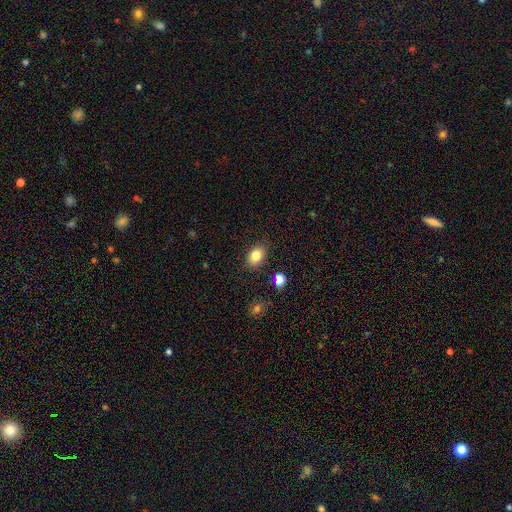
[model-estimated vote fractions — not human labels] Smooth or featured?
  - smooth: 83% *
  - star or artifact: 10%
  - featured or disk: 8%
How rounded?
  - in between: 76% *
  - round: 23%
  - cigar-shaped: 1%
Merging?
  - none: 86% *
  - minor disturbance: 10%
  - major disturbance: 3%
  - merger: 2%